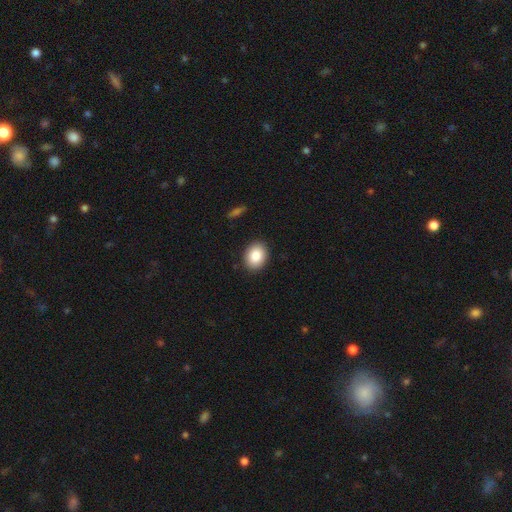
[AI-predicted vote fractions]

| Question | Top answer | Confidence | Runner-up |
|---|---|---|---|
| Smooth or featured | smooth | 86% | star or artifact (8%) |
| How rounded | in between | 59% | round (40%) |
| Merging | none | 90% | minor disturbance (7%) |